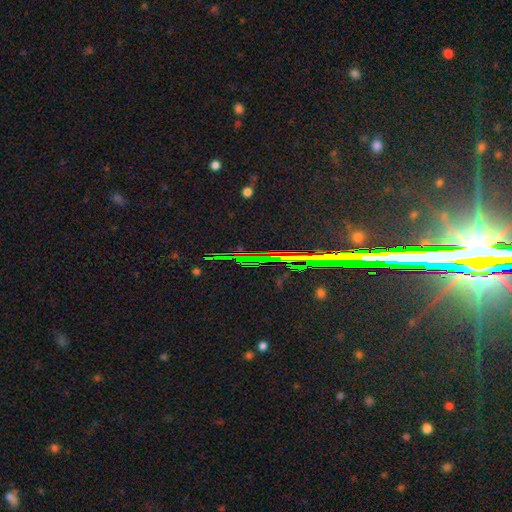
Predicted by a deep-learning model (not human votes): This appears to be a star or artifact, not a galaxy (81%).